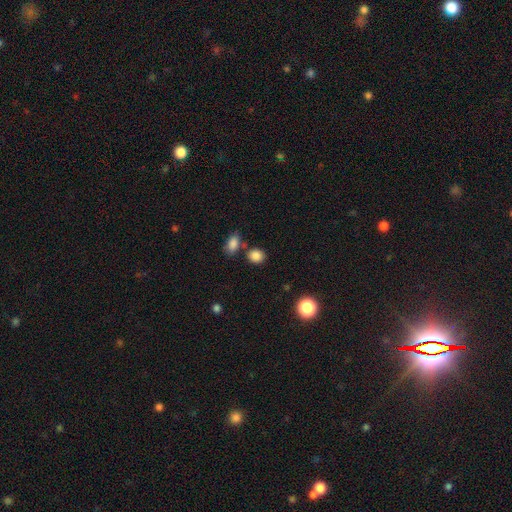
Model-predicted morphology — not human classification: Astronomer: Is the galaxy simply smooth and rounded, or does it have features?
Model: smooth — 85%.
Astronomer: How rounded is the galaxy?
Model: round — 66%.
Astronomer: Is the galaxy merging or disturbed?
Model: none — 73%.